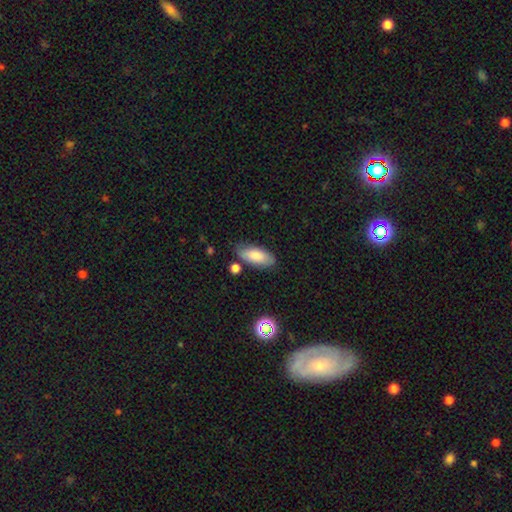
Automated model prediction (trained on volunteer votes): The model was most divided on "merging": none: 77%, minor disturbance: 15%, merger: 4%, major disturbance: 3%. More confident: how rounded — in between (84%); smooth or featured — smooth (82%).